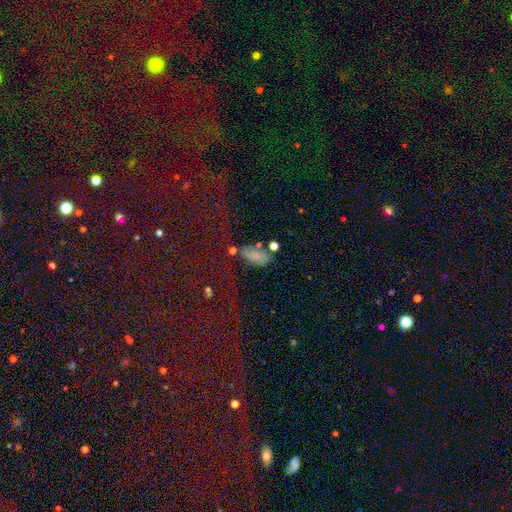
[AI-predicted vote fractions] Morphology: type=smooth (66%); roundness=in between (89%); merging=none (49%).